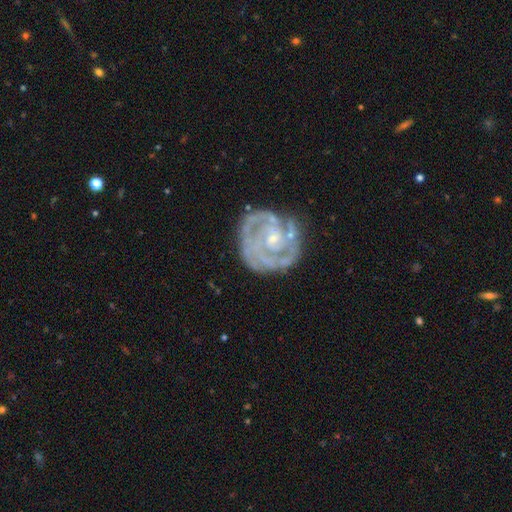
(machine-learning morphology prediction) Q: Smooth or featured?
A: featured or disk (86%); runner-up: smooth (7%)
Q: Edge-on disk?
A: no (98%); runner-up: yes (2%)
Q: Bar?
A: no (67%); runner-up: weak (25%)
Q: Spiral arms?
A: yes (95%); runner-up: no (5%)
Q: Spiral winding?
A: tight (71%); runner-up: medium (24%)
Q: Spiral arm count?
A: 3 (32%); runner-up: 2 (24%)
Q: Bulge size?
A: small (74%); runner-up: moderate (20%)
Q: Merging?
A: none (71%); runner-up: minor disturbance (18%)